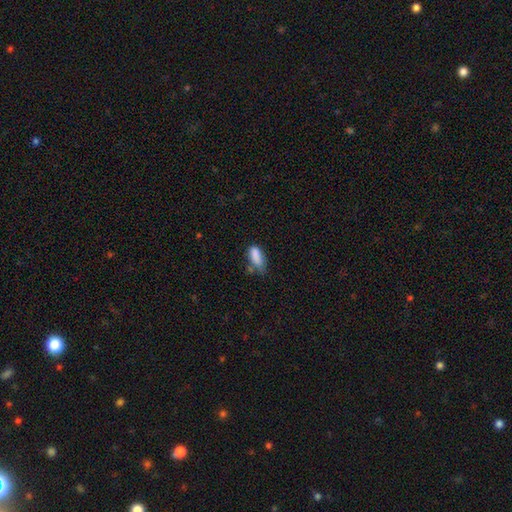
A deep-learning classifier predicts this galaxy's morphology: A smooth galaxy with no disk features (83%) that is in between round and cigar-shaped (82%).

Vote fractions:
- Smooth or featured? smooth: 83% / star or artifact: 9% / featured or disk: 8%
- How rounded? in between: 82% / cigar-shaped: 15% / round: 3%
- Merging? minor disturbance: 39% / none: 38% / major disturbance: 14% / merger: 10%